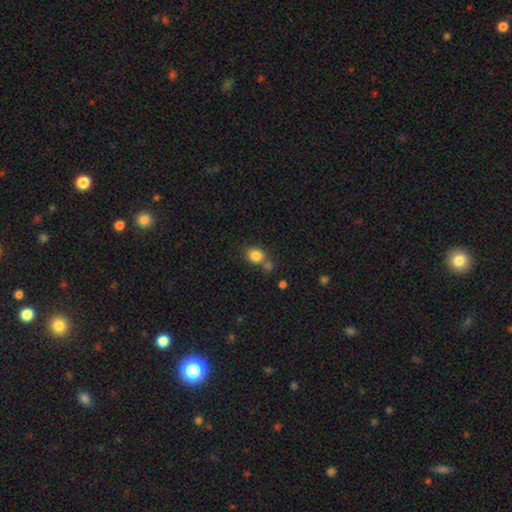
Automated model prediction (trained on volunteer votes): This is clearly a smooth galaxy (84%). How rounded: likely round (64%). Merging: possibly none (57%).